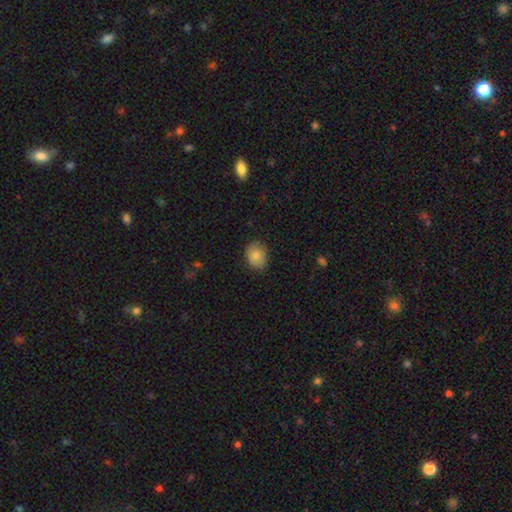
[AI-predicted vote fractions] This appears to be a smooth galaxy with no disk features (82%) that is in between round and cigar-shaped (53%). Merging: none (84%).